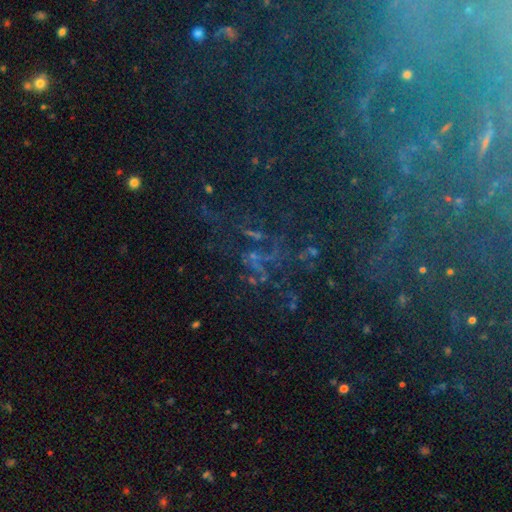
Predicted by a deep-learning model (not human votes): The model was most divided on "smooth or featured": star or artifact: 64%, featured or disk: 20%, smooth: 16%.